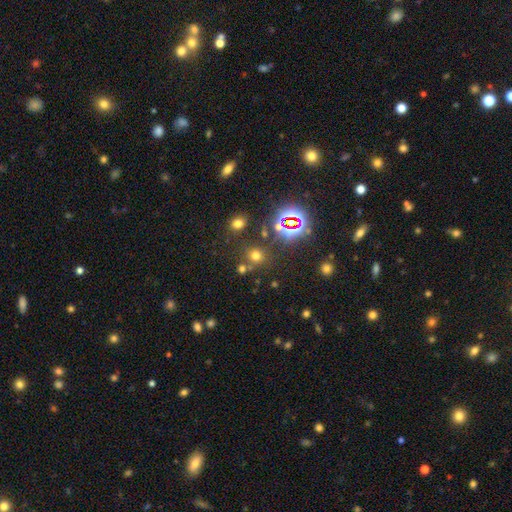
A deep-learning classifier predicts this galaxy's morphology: A smooth galaxy with no disk features (58%) that is round (87%). Merging: none (74%).